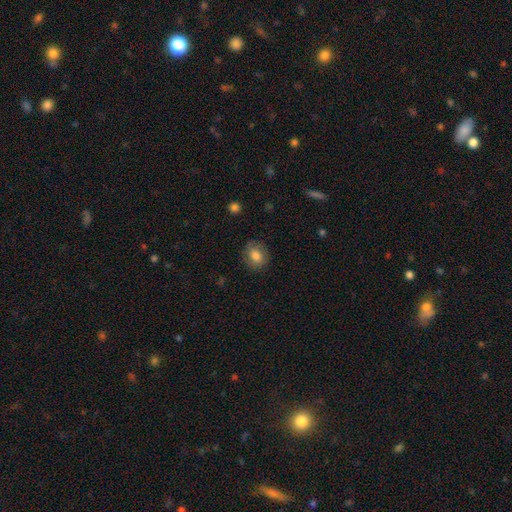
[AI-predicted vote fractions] smooth_or_featured: smooth (p=0.79) [alt: featured or disk p=0.13]
how_rounded: round (p=0.54) [alt: in between p=0.45]
merging: none (p=0.81) [alt: minor disturbance p=0.14]